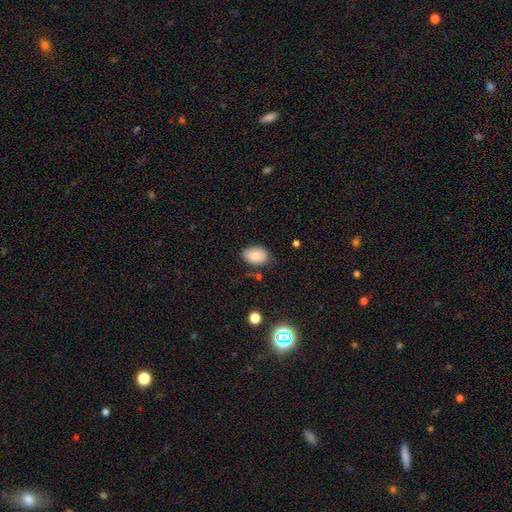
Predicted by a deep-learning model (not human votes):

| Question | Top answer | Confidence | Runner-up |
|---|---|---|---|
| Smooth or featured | smooth | 87% | star or artifact (8%) |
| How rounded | in between | 85% | round (14%) |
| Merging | none | 74% | minor disturbance (19%) |